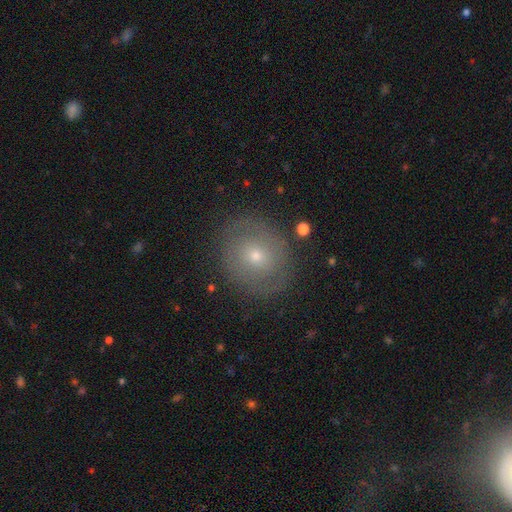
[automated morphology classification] Smooth or featured? Predicted: featured or disk (p=0.46). Merging? Predicted: none (p=0.82).